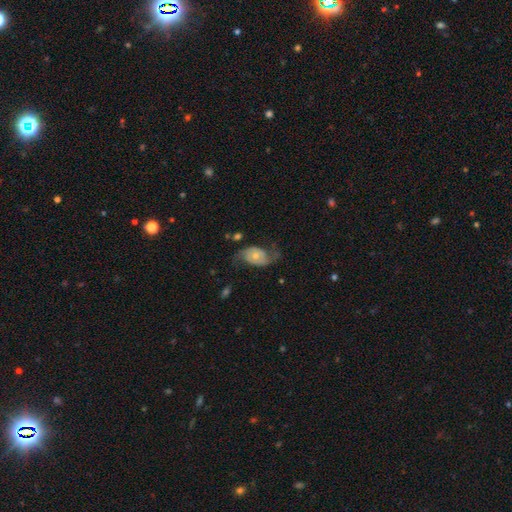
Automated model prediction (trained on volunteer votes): The model was most divided on "bulge size": moderate: 48%, small: 44%, large: 4%, none: 2%, dominant: 1%. More confident: edge-on disk — no (96%); spiral arms — yes (89%); spiral arm count — 2 (88%); bar — no (73%); smooth or featured — featured or disk (72%); merging — none (58%); spiral winding — loose (53%).